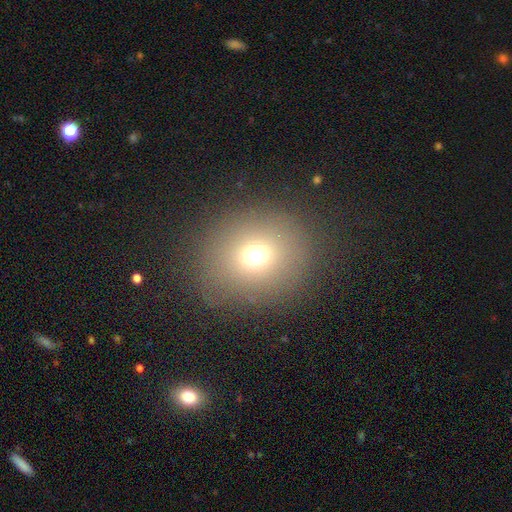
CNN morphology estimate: smooth_or_featured: smooth (p=0.69) [alt: star or artifact p=0.20]
how_rounded: round (p=0.73) [alt: in between p=0.26]
merging: none (p=0.82) [alt: minor disturbance p=0.09]